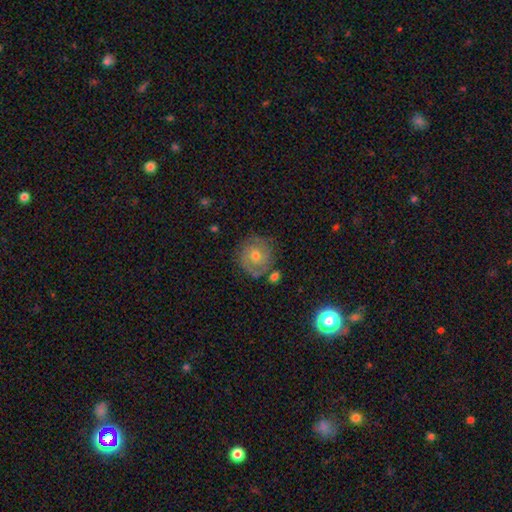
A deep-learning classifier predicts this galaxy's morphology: The model was most divided on "bulge size": moderate: 59%, small: 36%, large: 3%, none: 1%, dominant: 1%. More confident: edge-on disk — no (97%); spiral arms — yes (82%); merging — none (78%); bar — no (78%); smooth or featured — featured or disk (63%).